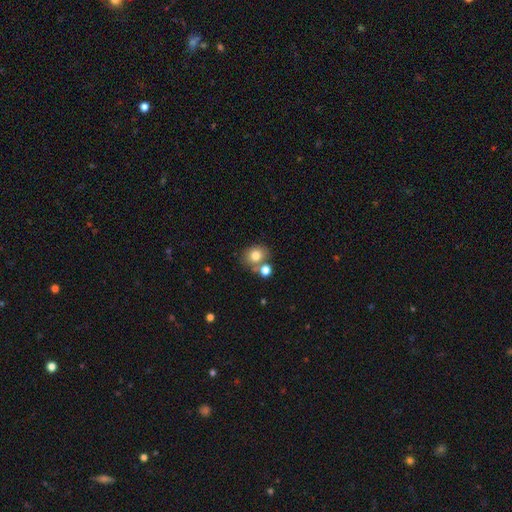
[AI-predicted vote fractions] A smooth galaxy with no disk features (78%) that is round (70%).

Vote fractions:
- Smooth or featured? smooth: 78% / star or artifact: 11% / featured or disk: 10%
- How rounded? round: 70% / in between: 29% / cigar-shaped: 1%
- Merging? none: 59% / merger: 26% / minor disturbance: 11% / major disturbance: 4%